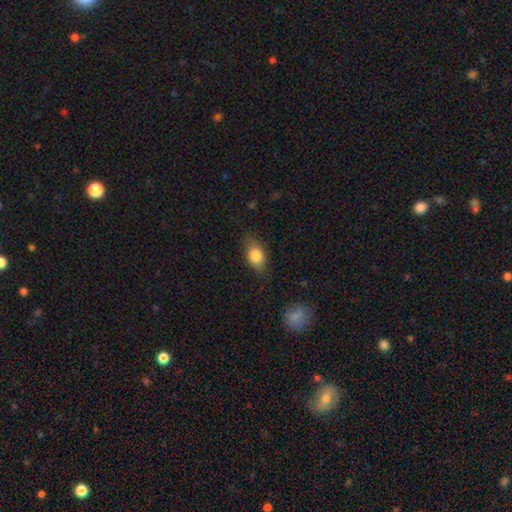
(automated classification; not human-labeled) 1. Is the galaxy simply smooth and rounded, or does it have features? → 80% smooth, 12% featured or disk, 8% star or artifact.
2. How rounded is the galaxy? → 81% in between, 14% round, 5% cigar-shaped.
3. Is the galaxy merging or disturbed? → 76% none, 18% minor disturbance, 4% major disturbance, 1% merger.